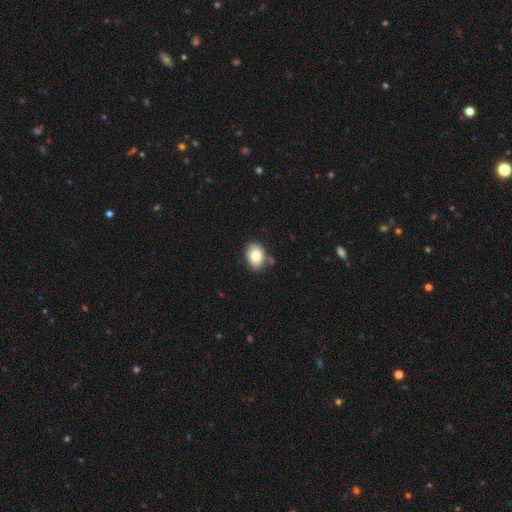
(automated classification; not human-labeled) Morphology: type=smooth (82%); roundness=in between (72%); merging=none (78%).